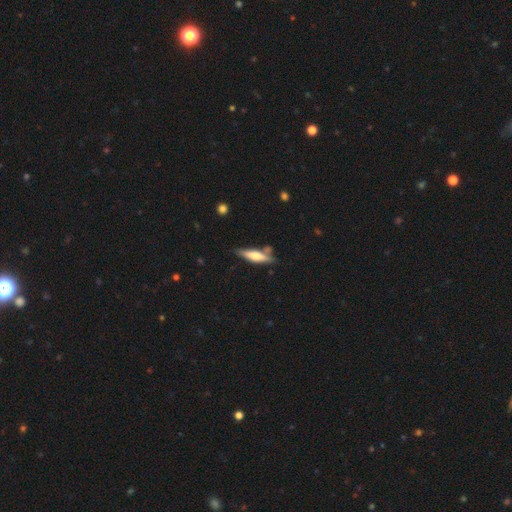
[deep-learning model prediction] Overall: smooth (52%; featured or disk 42%). How rounded: cigar-shaped (72%). Merging: none (73%).